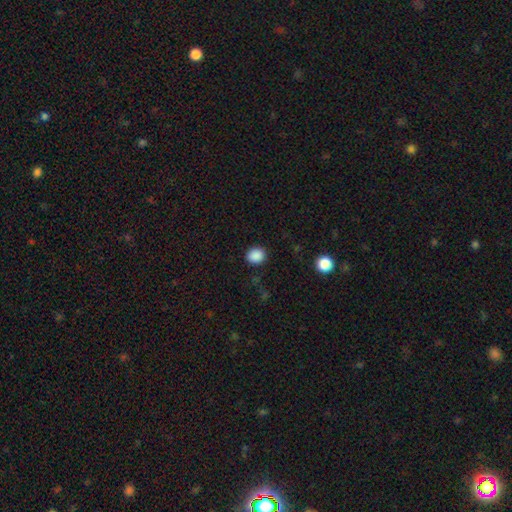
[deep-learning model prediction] This is clearly a smooth galaxy (88%). How rounded: likely round (71%). Merging: clearly none (89%).